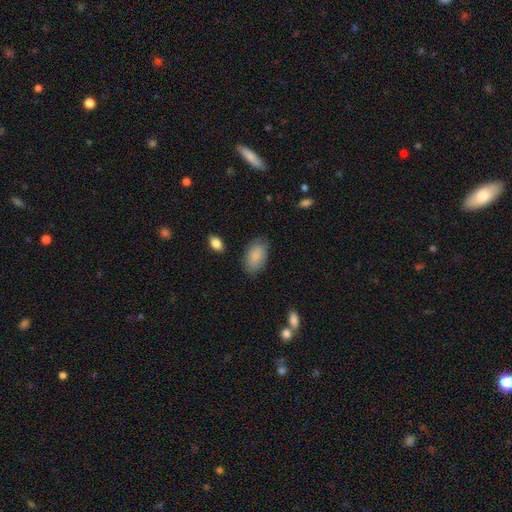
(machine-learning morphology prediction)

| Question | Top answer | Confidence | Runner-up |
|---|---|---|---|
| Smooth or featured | smooth | 87% | featured or disk (7%) |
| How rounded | in between | 94% | round (5%) |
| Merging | none | 78% | minor disturbance (16%) |